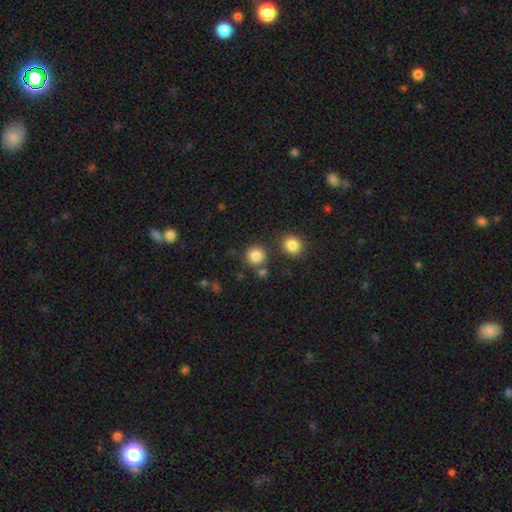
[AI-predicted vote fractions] This appears to be a smooth galaxy with no disk features (84%) that is round (92%). Merging: none (81%).